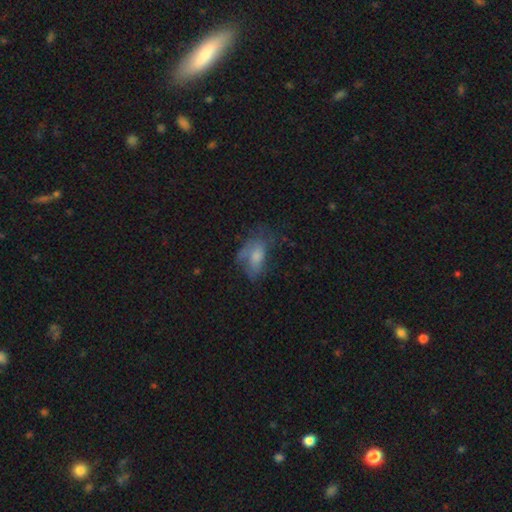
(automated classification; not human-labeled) smooth_or_featured: smooth (p=0.62) [alt: featured or disk p=0.28]
how_rounded: in between (p=0.87) [alt: round p=0.07]
merging: none (p=0.39) [alt: minor disturbance p=0.29]